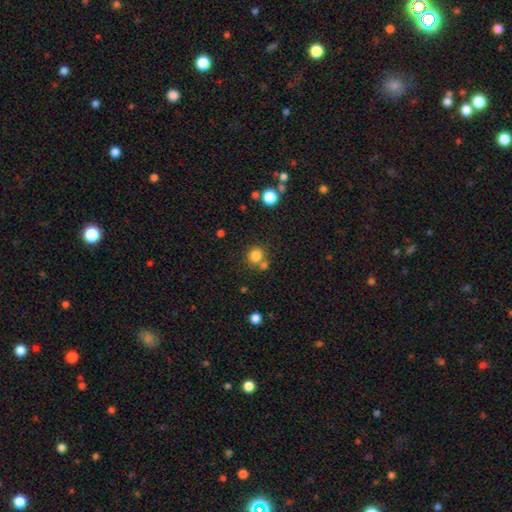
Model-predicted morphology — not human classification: This appears to be a smooth galaxy with no disk features (81%) that is round (90%). Merging: none (66%).